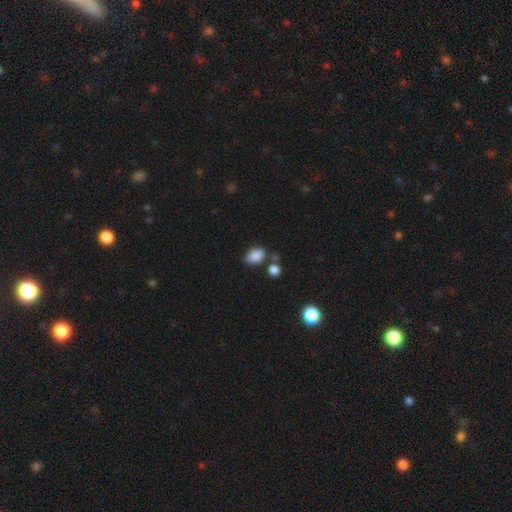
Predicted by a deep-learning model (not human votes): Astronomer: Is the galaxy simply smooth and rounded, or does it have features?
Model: smooth — 86%.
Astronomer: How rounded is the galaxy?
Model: in between — 85%.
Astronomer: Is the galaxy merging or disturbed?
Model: none — 66%.